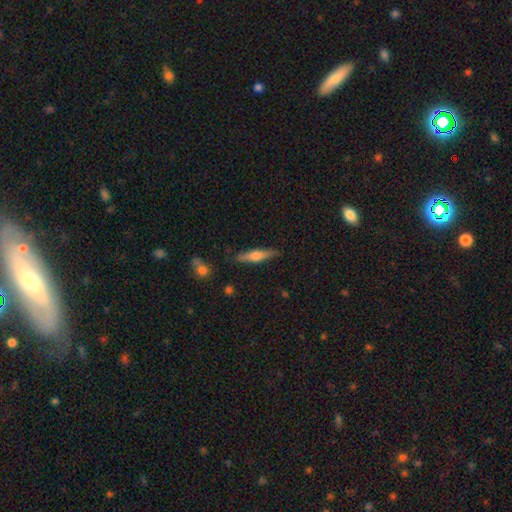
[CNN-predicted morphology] Smooth or featured? Predicted: featured or disk (p=0.52). Edge-on disk? Predicted: yes (p=0.95). Merging? Predicted: none (p=0.86).